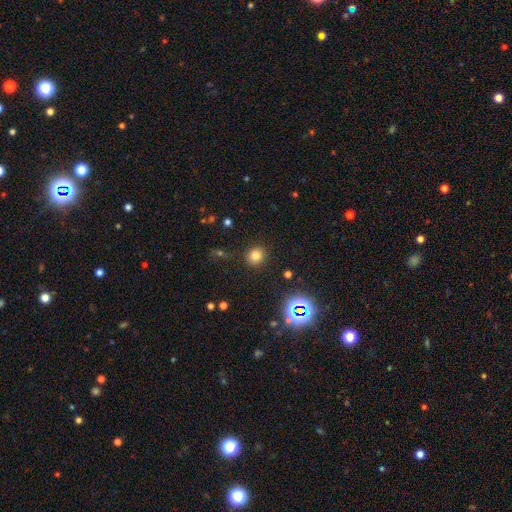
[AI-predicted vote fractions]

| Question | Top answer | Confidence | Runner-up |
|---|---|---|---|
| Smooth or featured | smooth | 76% | star or artifact (18%) |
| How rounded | round | 85% | in between (14%) |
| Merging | none | 89% | minor disturbance (7%) |